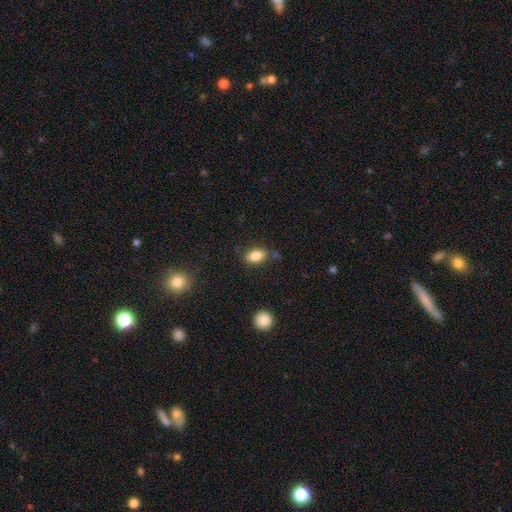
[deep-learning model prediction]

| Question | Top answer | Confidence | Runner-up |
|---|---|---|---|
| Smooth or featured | smooth | 84% | star or artifact (8%) |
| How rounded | in between | 88% | round (9%) |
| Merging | none | 79% | minor disturbance (14%) |